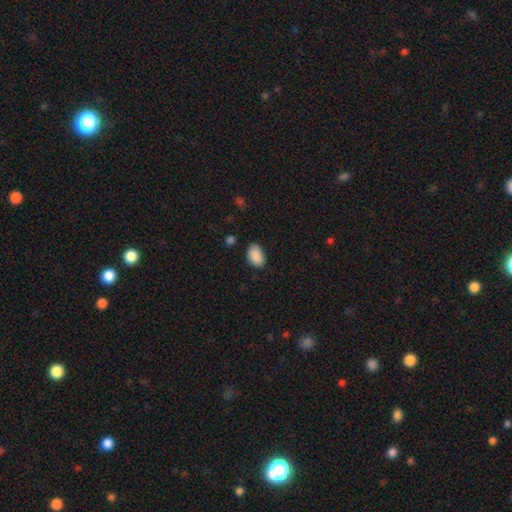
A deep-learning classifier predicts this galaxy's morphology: type=smooth (90%); roundness=in between (87%); merging=none (83%).